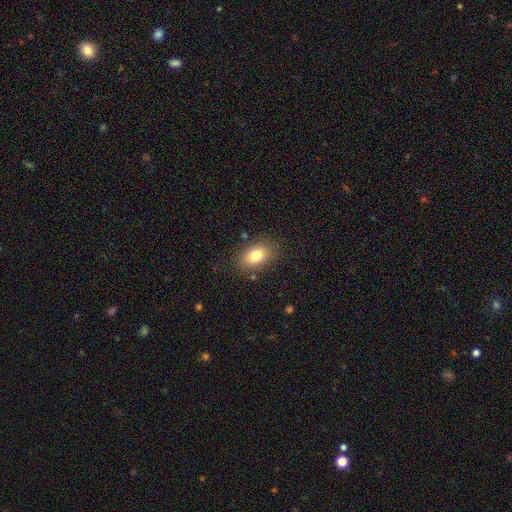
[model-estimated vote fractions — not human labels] This appears to be a smooth galaxy with no disk features (80%) that is in between round and cigar-shaped (82%). Merging: none (82%).